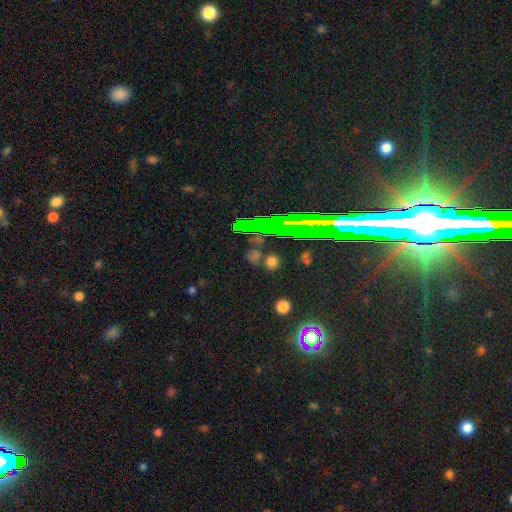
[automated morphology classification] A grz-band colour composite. It shows a star or artifact, not a galaxy (55%).